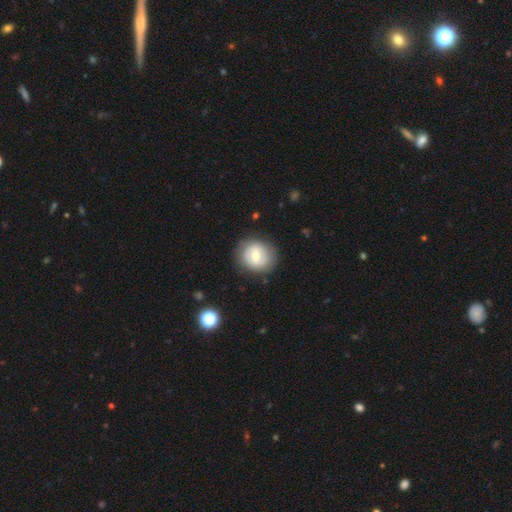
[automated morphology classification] Overall: smooth (53%; featured or disk 40%). How rounded: round (79%). Merging: none (83%).